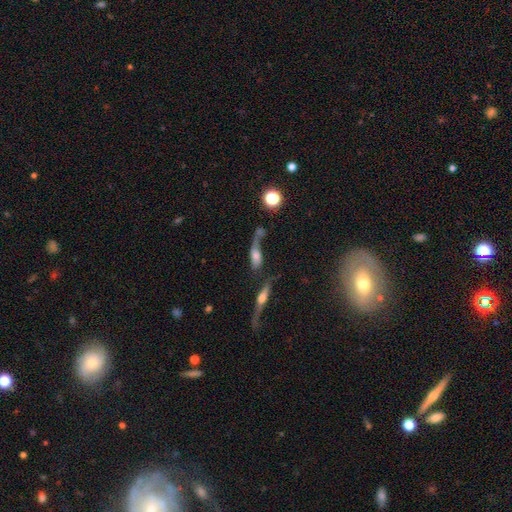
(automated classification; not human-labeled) Smooth or featured? Predicted: smooth (p=0.45). Merging? Predicted: merger (p=0.36).